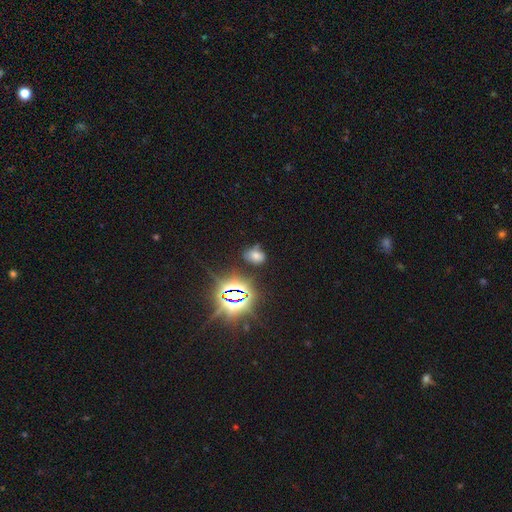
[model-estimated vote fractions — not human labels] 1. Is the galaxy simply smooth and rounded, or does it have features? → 53% smooth, 36% star or artifact, 11% featured or disk.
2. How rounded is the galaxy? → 74% in between, 25% round, 2% cigar-shaped.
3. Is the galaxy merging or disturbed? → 66% none, 20% minor disturbance, 8% merger, 7% major disturbance.